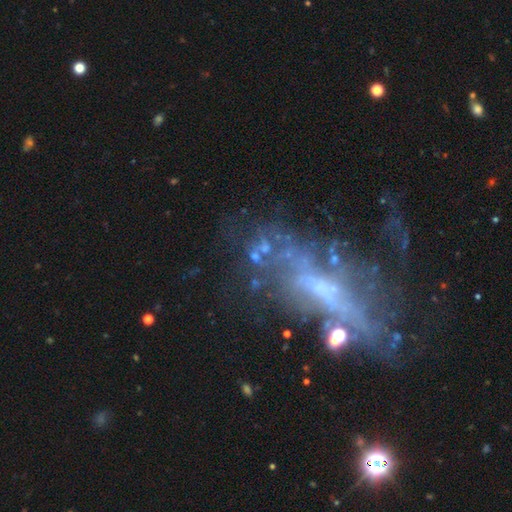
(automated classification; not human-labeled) smooth-or-featured: featured or disk: 48% | star or artifact: 29% | smooth: 23%
  merging: none: 41% | major disturbance: 28% | minor disturbance: 16% | merger: 15%